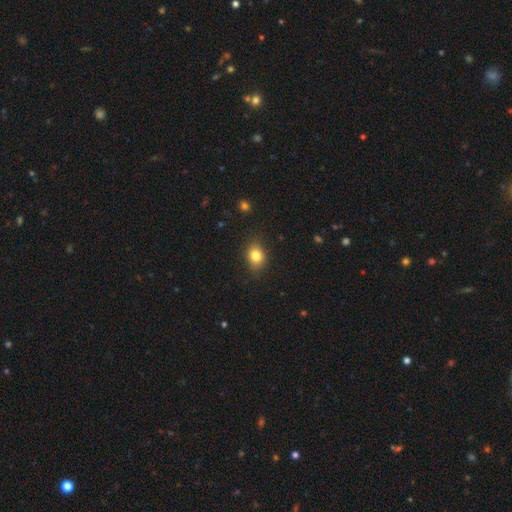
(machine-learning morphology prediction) type=smooth (82%); roundness=in between (51%); merging=none (84%).